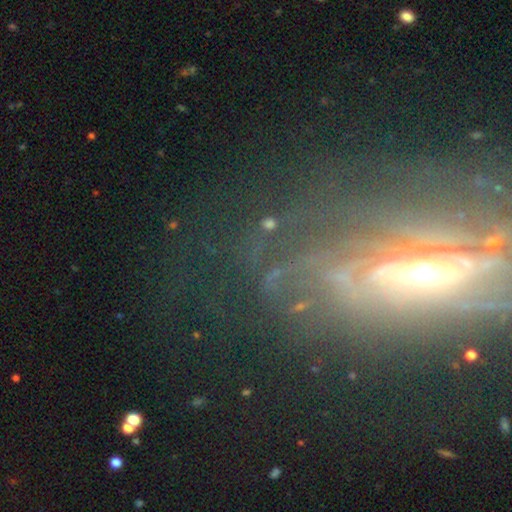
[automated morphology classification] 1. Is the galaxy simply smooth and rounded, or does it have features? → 57% featured or disk, 27% star or artifact, 17% smooth.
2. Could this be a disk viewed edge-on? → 74% no, 26% yes.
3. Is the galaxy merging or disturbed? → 54% none, 25% major disturbance, 16% minor disturbance, 5% merger.